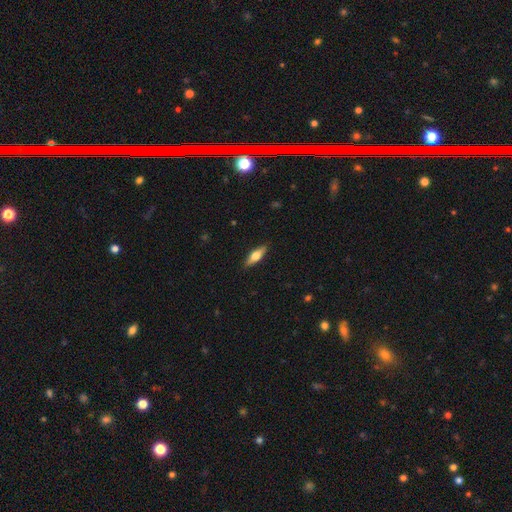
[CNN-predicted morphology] Q: Smooth or featured?
A: smooth (48%); runner-up: featured or disk (46%)
Q: Merging?
A: none (89%); runner-up: minor disturbance (8%)